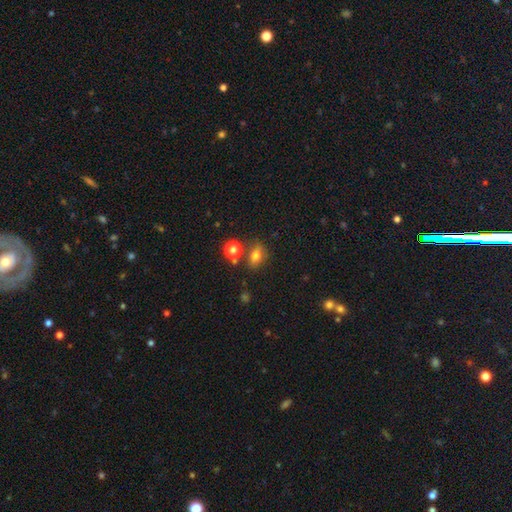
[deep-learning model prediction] Smooth or featured?
  - smooth: 68% *
  - featured or disk: 17%
  - star or artifact: 15%
How rounded?
  - in between: 69% *
  - round: 25%
  - cigar-shaped: 7%
Merging?
  - none: 72% *
  - minor disturbance: 13%
  - merger: 10%
  - major disturbance: 5%